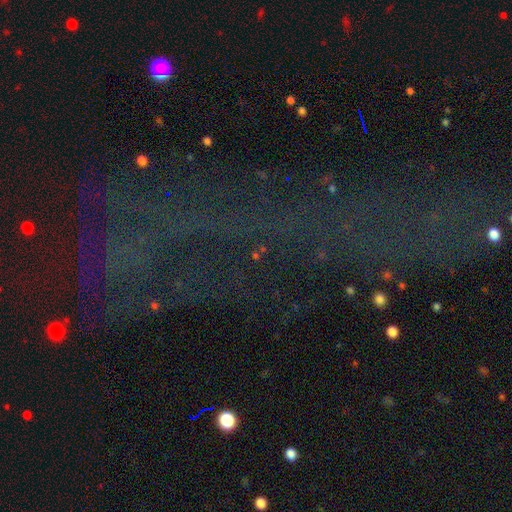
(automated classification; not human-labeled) Smooth or featured?
  - star or artifact: 75% *
  - smooth: 15%
  - featured or disk: 10%